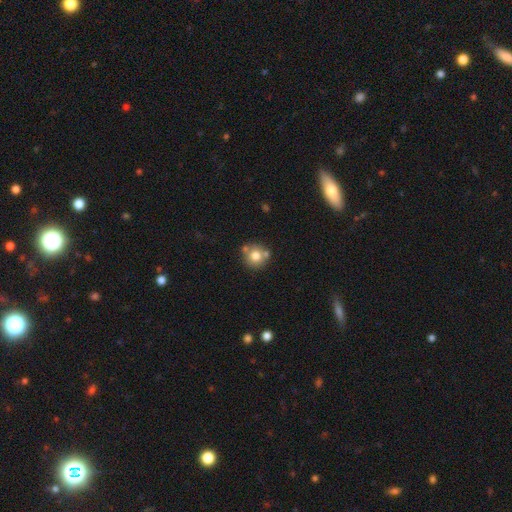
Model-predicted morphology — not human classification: smooth_or_featured: smooth (p=0.75) [alt: featured or disk p=0.14]
how_rounded: round (p=0.92) [alt: in between p=0.07]
merging: none (p=0.70) [alt: merger p=0.16]